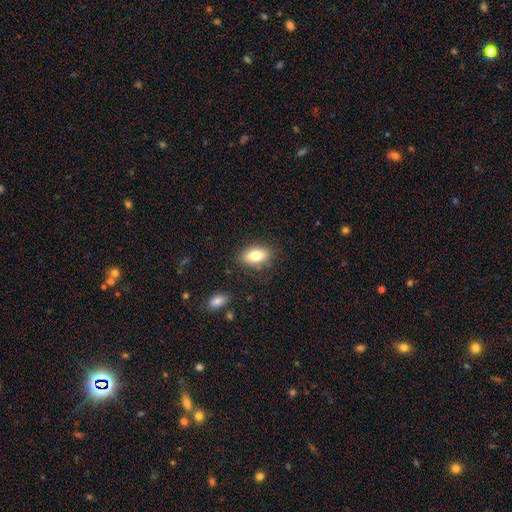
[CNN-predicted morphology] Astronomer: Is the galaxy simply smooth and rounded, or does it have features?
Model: smooth — 80%.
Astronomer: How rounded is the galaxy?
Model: in between — 88%.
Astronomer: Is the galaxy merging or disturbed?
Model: none — 83%.